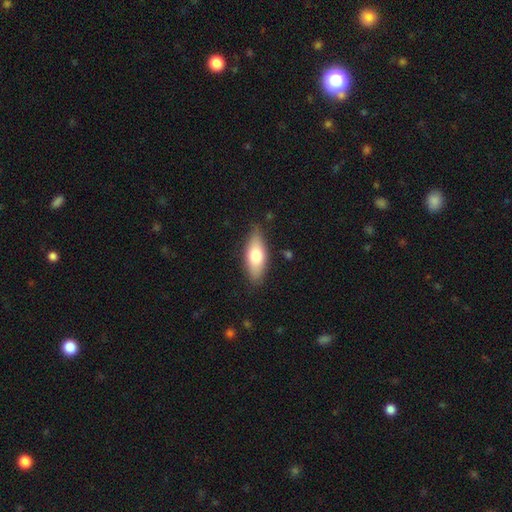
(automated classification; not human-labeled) The model was most divided on "smooth or featured": smooth: 69%, featured or disk: 25%, star or artifact: 6%. More confident: merging — none (80%); how rounded — in between (75%).